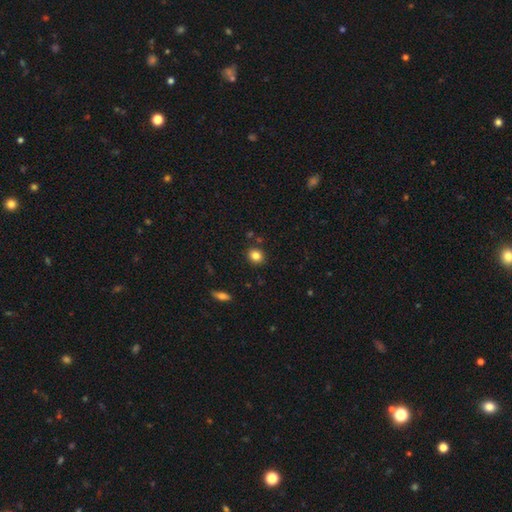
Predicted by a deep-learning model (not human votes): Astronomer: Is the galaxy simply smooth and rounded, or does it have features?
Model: smooth — 83%.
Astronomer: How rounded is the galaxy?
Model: round — 72%.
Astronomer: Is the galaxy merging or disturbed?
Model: none — 87%.